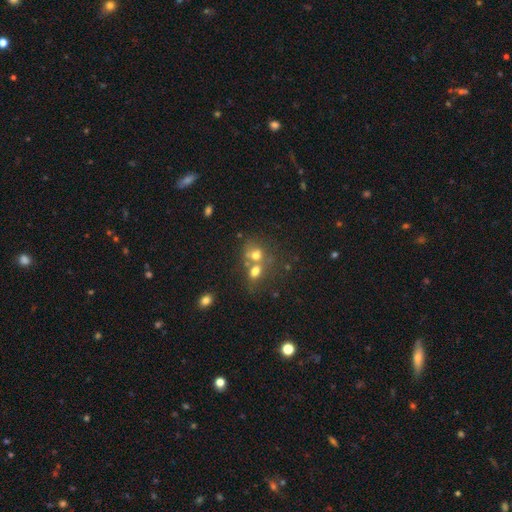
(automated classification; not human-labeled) Overall: smooth (63%). How rounded: round (59%; in between 40%). Merging: merger (57%; none 29%).